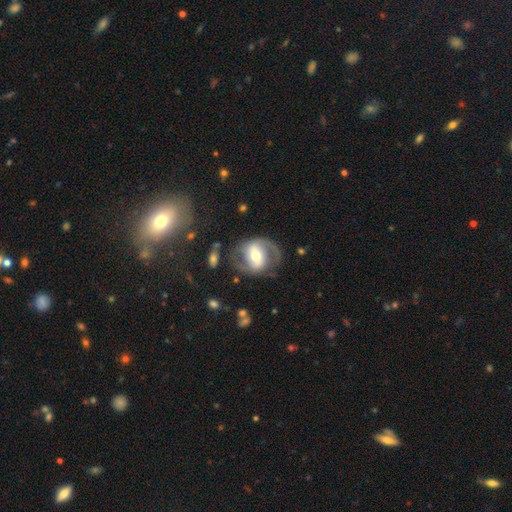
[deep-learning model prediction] The model was most divided on "bar": strong: 41%, weak: 35%, no: 24%. Remaining: edge-on disk — no (96%); spiral arm count — 2 (84%); spiral arms — yes (84%); smooth or featured — featured or disk (76%); merging — none (69%); bulge size — moderate (62%); spiral winding — medium (48%).